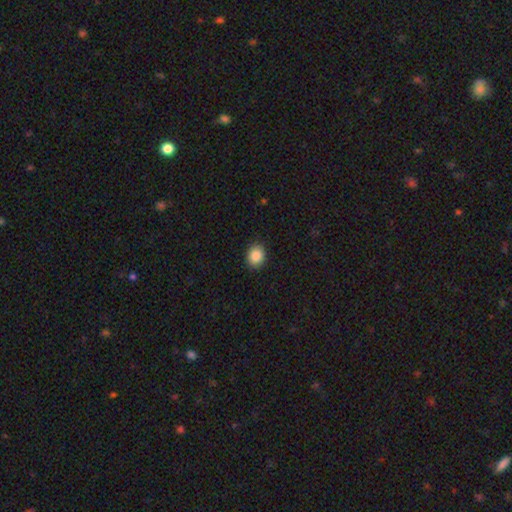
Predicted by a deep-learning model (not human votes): The model was most divided on "how rounded": round: 59%, in between: 40%, cigar-shaped: 1%. More confident: merging — none (89%); smooth or featured — smooth (87%).